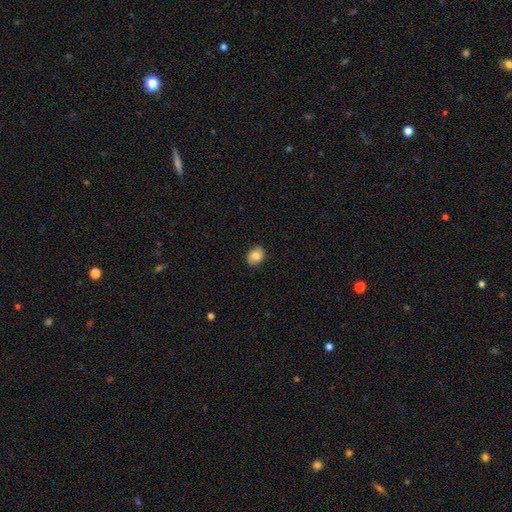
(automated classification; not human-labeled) Smooth or featured?
  - smooth: 74% *
  - featured or disk: 17%
  - star or artifact: 9%
How rounded?
  - in between: 57% *
  - round: 42%
  - cigar-shaped: 1%
Merging?
  - none: 84% *
  - minor disturbance: 13%
  - major disturbance: 3%
  - merger: 1%